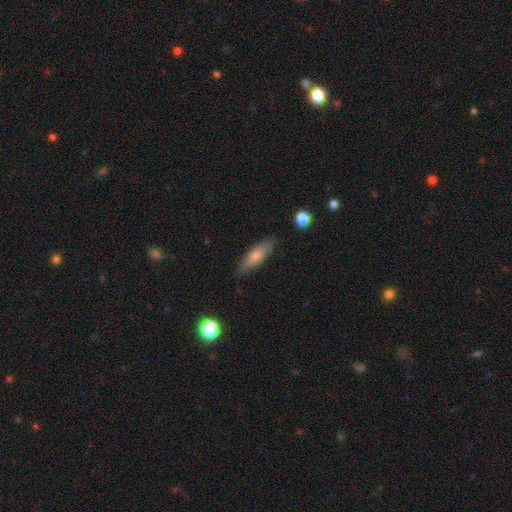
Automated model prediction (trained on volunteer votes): This appears to be a smooth galaxy with no disk features (64%) that is cigar-shaped (61%). Merging: none (86%).